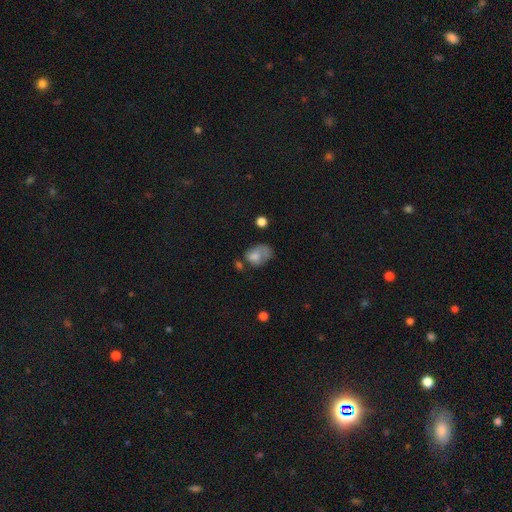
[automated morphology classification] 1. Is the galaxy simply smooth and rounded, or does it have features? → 69% smooth, 20% featured or disk, 10% star or artifact.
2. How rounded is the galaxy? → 74% in between, 25% round, 1% cigar-shaped.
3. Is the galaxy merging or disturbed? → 32% major disturbance, 31% minor disturbance, 28% none, 9% merger.